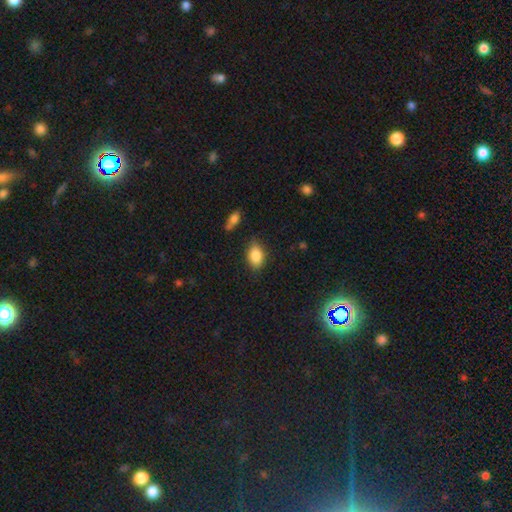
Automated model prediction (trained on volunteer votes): smooth-or-featured: smooth: 85% | star or artifact: 8% | featured or disk: 7%
  how-rounded: in between: 85% | round: 13% | cigar-shaped: 2%
  merging: none: 80% | minor disturbance: 15% | major disturbance: 3% | merger: 2%